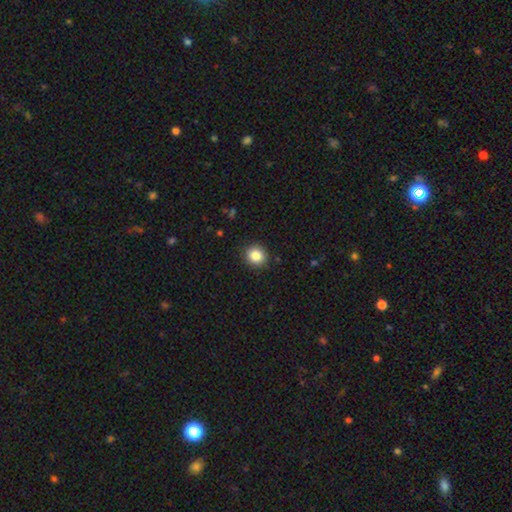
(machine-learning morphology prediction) The model was most divided on "how rounded": round: 85%, in between: 15%, cigar-shaped: 1%. More confident: merging — none (91%); smooth or featured — smooth (85%).